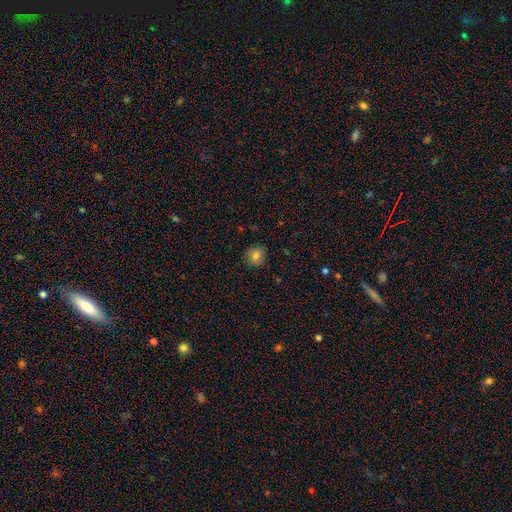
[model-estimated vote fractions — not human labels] A smooth galaxy with no disk features (81%) that is round (86%).

Vote fractions:
- Smooth or featured? smooth: 81% / star or artifact: 11% / featured or disk: 8%
- How rounded? round: 86% / in between: 13% / cigar-shaped: 1%
- Merging? none: 87% / minor disturbance: 10% / major disturbance: 2% / merger: 1%